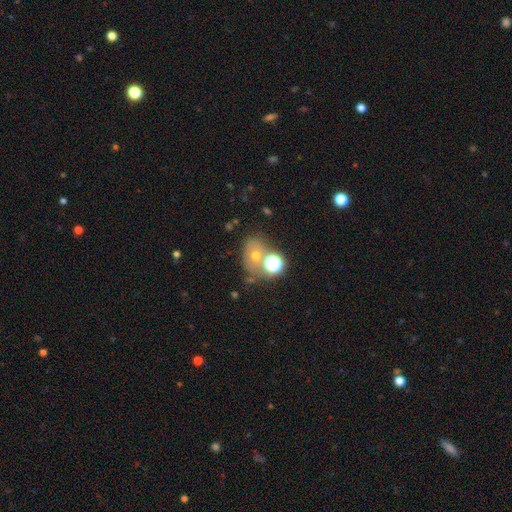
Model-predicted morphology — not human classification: Q: Smooth or featured?
A: smooth (49%); runner-up: star or artifact (27%)
Q: Merging?
A: none (52%); runner-up: merger (24%)